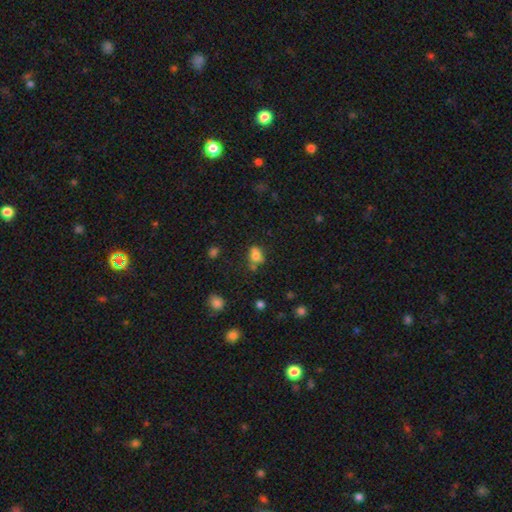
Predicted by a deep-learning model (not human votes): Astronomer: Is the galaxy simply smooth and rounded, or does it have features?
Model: smooth — 70%.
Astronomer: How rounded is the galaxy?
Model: in between — 62%.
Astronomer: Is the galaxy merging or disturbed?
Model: none — 52%.